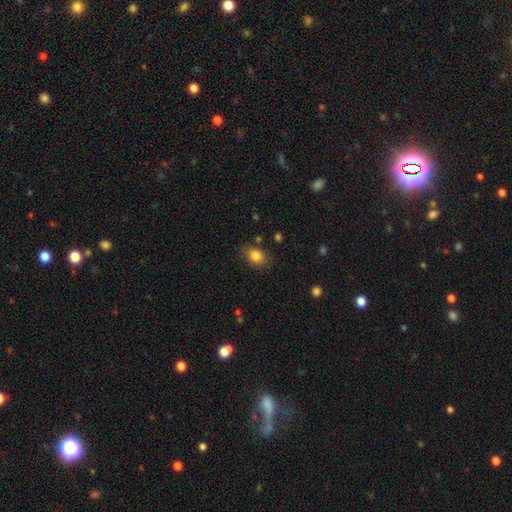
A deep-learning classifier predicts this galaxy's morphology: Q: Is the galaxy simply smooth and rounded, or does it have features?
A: smooth — 83%.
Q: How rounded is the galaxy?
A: in between — 69%.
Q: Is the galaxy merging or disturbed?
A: none — 81%.